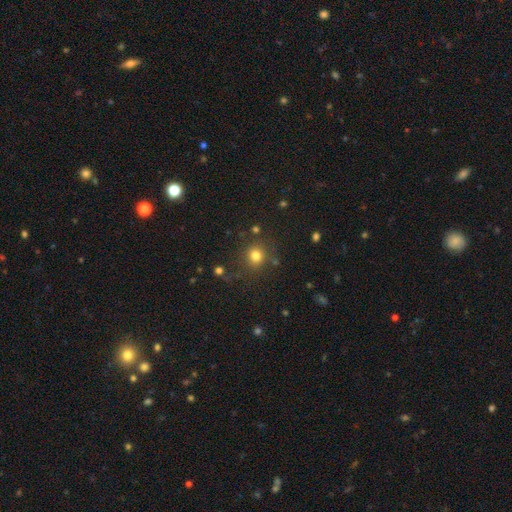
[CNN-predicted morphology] Overall: smooth (78%). How rounded: round (90%). Merging: none (81%).